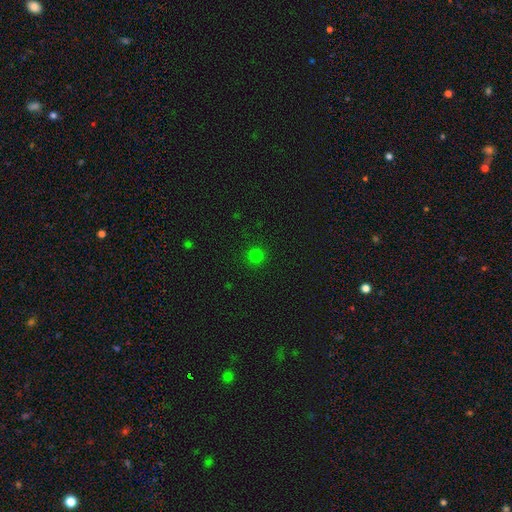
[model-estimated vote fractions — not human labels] Q: Smooth or featured?
A: smooth (78%); runner-up: star or artifact (18%)
Q: How rounded?
A: round (94%); runner-up: in between (5%)
Q: Merging?
A: none (91%); runner-up: minor disturbance (6%)